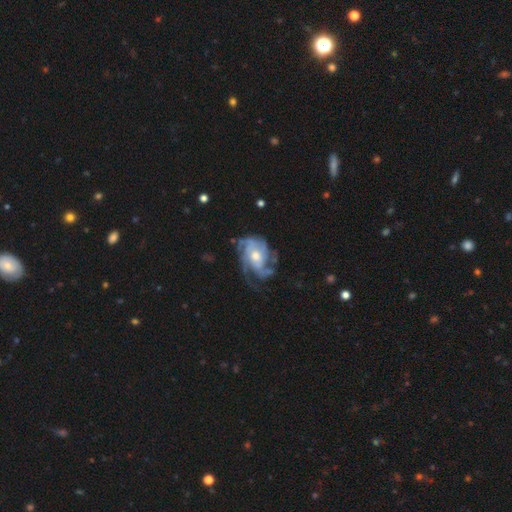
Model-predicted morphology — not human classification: A featured or disk galaxy (88%) with no bar (74%), 3 (24%, tied with can't tell and 4) tight (47%) spiral arms (95%) and a moderate central bulge (66%).

Vote fractions:
- Smooth or featured? featured or disk: 88% / smooth: 7% / star or artifact: 5%
- Edge-on disk? no: 97% / yes: 3%
- Bar? no: 74% / weak: 21% / strong: 5%
- Spiral arms? yes: 95% / no: 5%
- Spiral winding? tight: 47% / medium: 38% / loose: 14%
- Spiral arm count? 3: 24% (tied) / can't tell: 24% (tied) / 4: 24% (tied) / 2: 11% / more than 4: 10% / 1: 6%
- Bulge size? moderate: 66% / small: 22% / large: 9% / none: 1% / dominant: 1%
- Merging? none: 57% / minor disturbance: 22% / major disturbance: 20% / merger: 2%